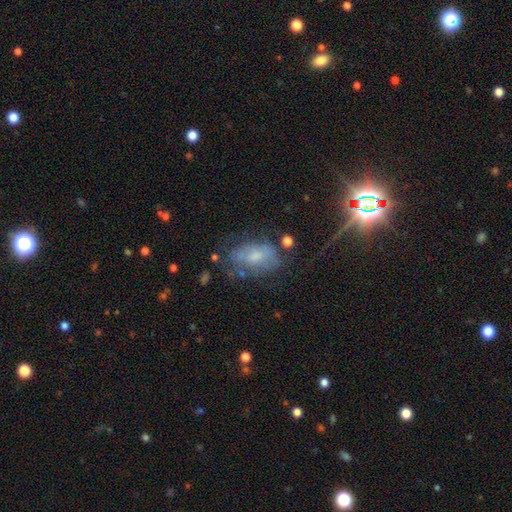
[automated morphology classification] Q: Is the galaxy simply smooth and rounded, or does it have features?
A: smooth — 46%.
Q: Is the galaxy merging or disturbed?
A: none — 54%.